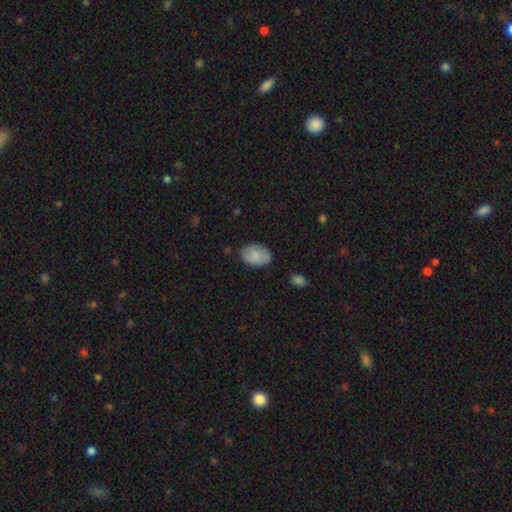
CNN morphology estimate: Smooth or featured? Predicted: smooth (p=0.86). How rounded? Predicted: in between (p=0.86). Merging? Predicted: none (p=0.79).